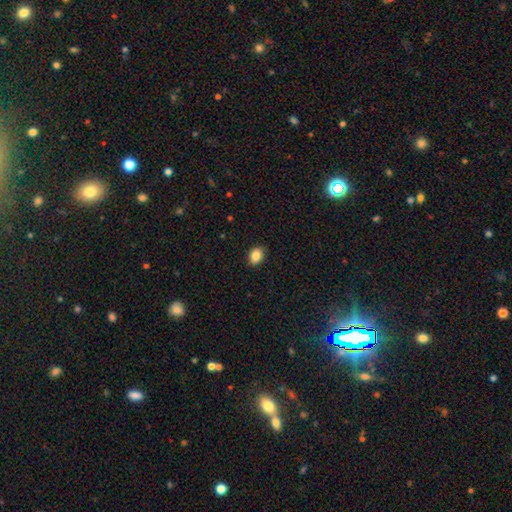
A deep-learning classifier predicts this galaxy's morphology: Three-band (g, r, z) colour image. It shows a smooth galaxy with no disk features (86%) that is in between round and cigar-shaped (73%). Merging: none (87%).